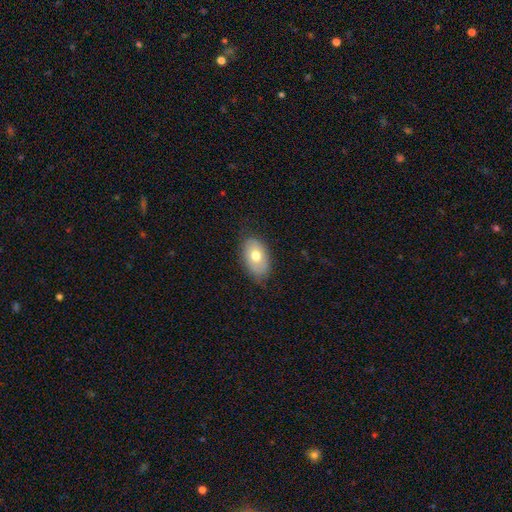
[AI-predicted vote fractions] Smooth or featured: smooth — 69% (featured or disk — 23%)
How rounded: in between — 88% (round — 11%)
Merging: none — 77% (minor disturbance — 18%)